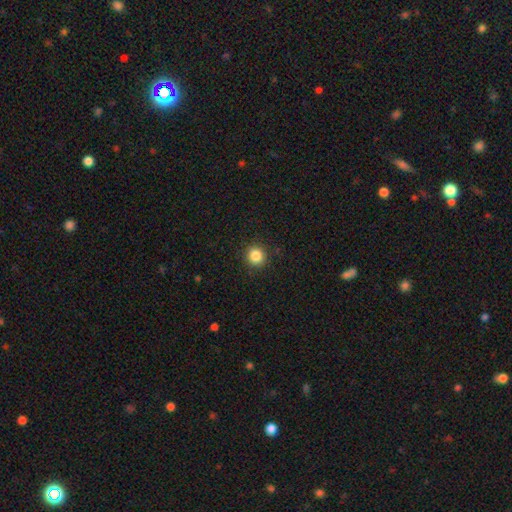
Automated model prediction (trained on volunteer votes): Smooth or featured? Predicted: smooth (p=0.85). How rounded? Predicted: round (p=0.93). Merging? Predicted: none (p=0.91).